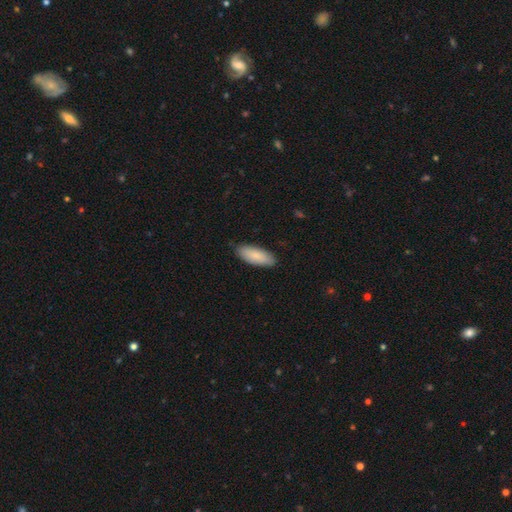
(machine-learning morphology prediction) Smooth or featured?
  - smooth: 85% *
  - featured or disk: 10%
  - star or artifact: 5%
How rounded?
  - in between: 74% *
  - cigar-shaped: 25%
  - round: 2%
Merging?
  - none: 86% *
  - minor disturbance: 11%
  - major disturbance: 2%
  - merger: 1%